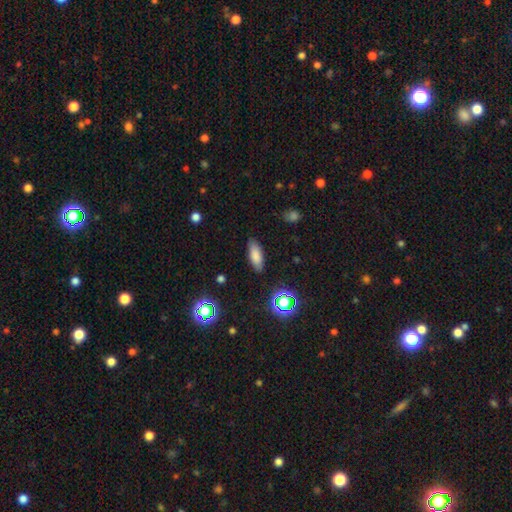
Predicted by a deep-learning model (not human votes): The model was most divided on "how rounded": in between: 71%, cigar-shaped: 26%, round: 3%. More confident: merging — none (85%); smooth or featured — smooth (80%).